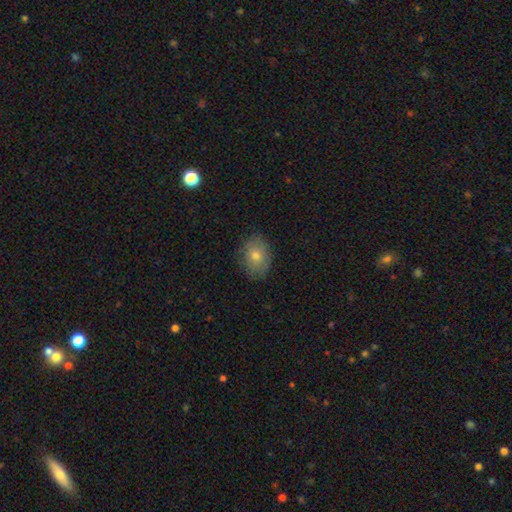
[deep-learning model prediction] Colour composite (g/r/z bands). It shows a smooth galaxy with no disk features (71%) that is in between round and cigar-shaped (66%). Merging: none (82%).